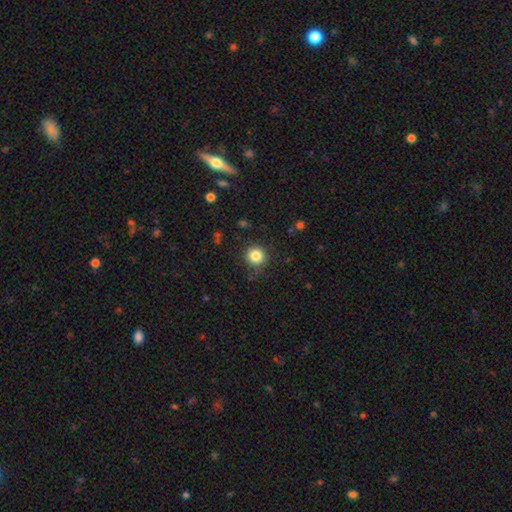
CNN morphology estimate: Smooth or featured? Predicted: smooth (p=0.84). How rounded? Predicted: round (p=0.94). Merging? Predicted: none (p=0.85).